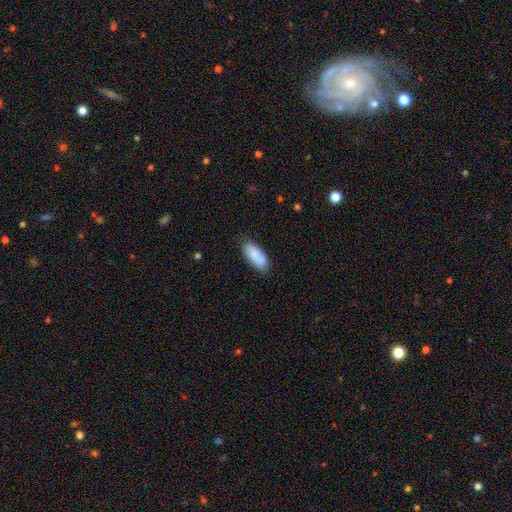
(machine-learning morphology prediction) smooth-or-featured: smooth: 84% | featured or disk: 9% | star or artifact: 6%
  how-rounded: in between: 85% | cigar-shaped: 13% | round: 2%
  merging: none: 79% | minor disturbance: 16% | major disturbance: 3% | merger: 2%